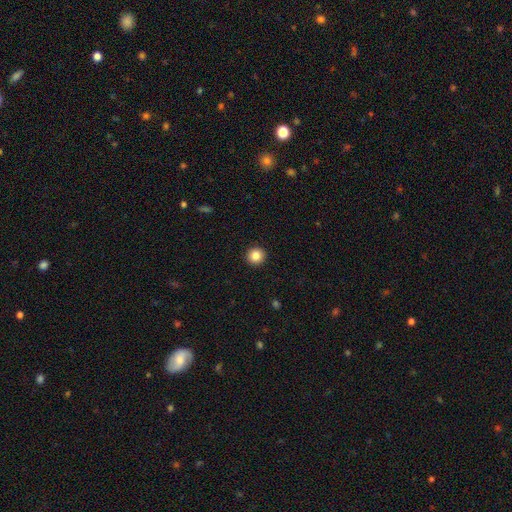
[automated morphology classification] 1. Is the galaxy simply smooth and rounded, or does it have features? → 86% smooth, 10% star or artifact, 5% featured or disk.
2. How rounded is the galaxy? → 95% round, 4% in between, 1% cigar-shaped.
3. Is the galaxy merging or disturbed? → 94% none, 4% minor disturbance, 1% major disturbance, 1% merger.